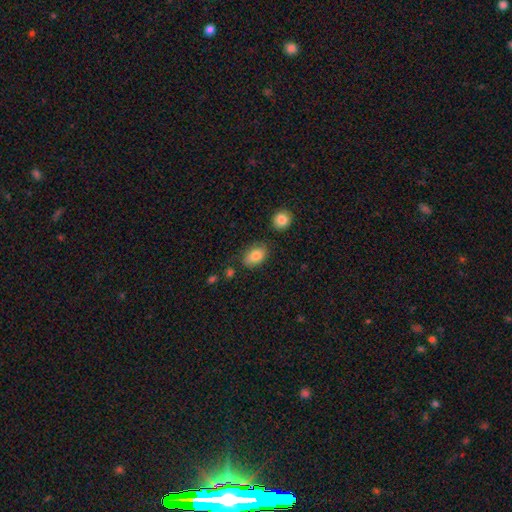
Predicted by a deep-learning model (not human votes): Overall: smooth (84%). How rounded: in between (85%). Merging: none (74%).